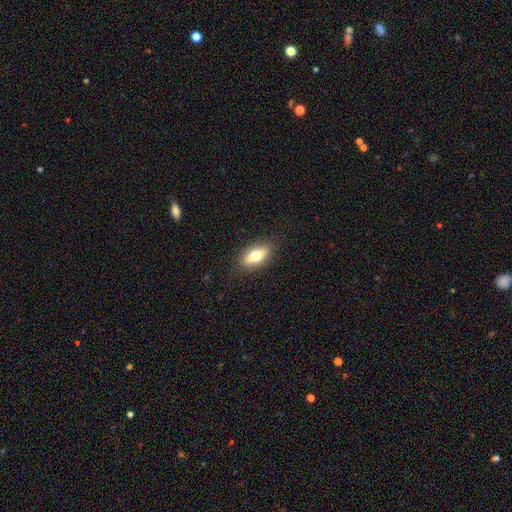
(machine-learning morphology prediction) A smooth galaxy with no disk features (65%) that is in between round and cigar-shaped (76%).

Vote fractions:
- Smooth or featured? smooth: 65% / featured or disk: 27% / star or artifact: 7%
- How rounded? in between: 76% / cigar-shaped: 19% / round: 4%
- Merging? none: 87% / minor disturbance: 10% / major disturbance: 3% / merger: 1%